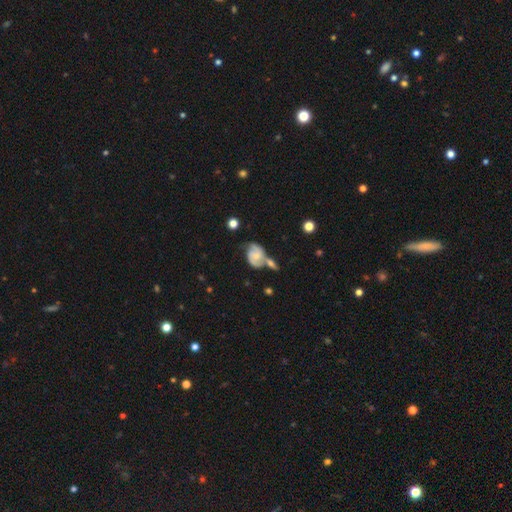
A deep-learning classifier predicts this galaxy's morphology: featured or disk 72%, smooth 21%, star or artifact 7%. Down the decision tree: edge-on disk — no (97%); bar — no (60%); spiral arms — yes (92%); spiral arm count — 2 (84%); spiral winding — medium (48%); bulge size — small (49%); merging — merger (36%).